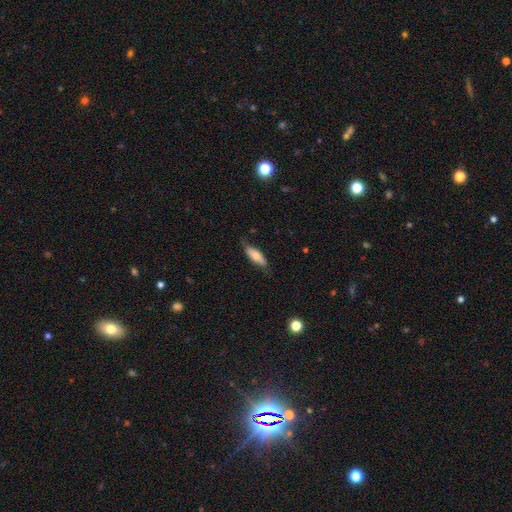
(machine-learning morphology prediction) smooth-or-featured: smooth: 70% | featured or disk: 24% | star or artifact: 6%
  how-rounded: in between: 64% | cigar-shaped: 34% | round: 2%
  merging: none: 72% | minor disturbance: 22% | major disturbance: 4% | merger: 1%